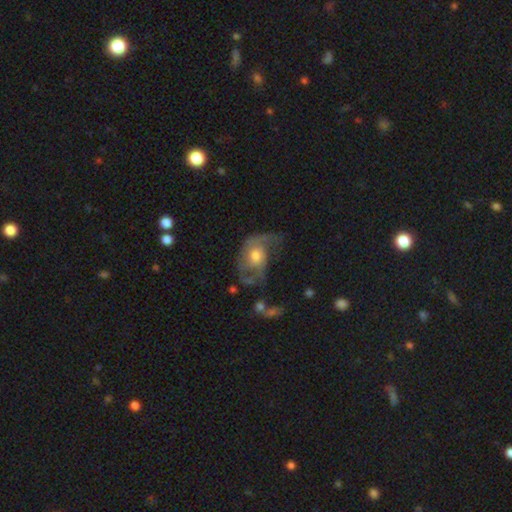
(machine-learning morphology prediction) Smooth or featured: featured or disk — 62% (smooth — 31%)
Edge-on disk: no — 96% (yes — 4%)
Bar: no — 78% (weak — 19%)
Spiral arms: yes — 73% (no — 27%)
Bulge size: moderate — 63% (small — 24%)
Merging: major disturbance — 41% (none — 31%)